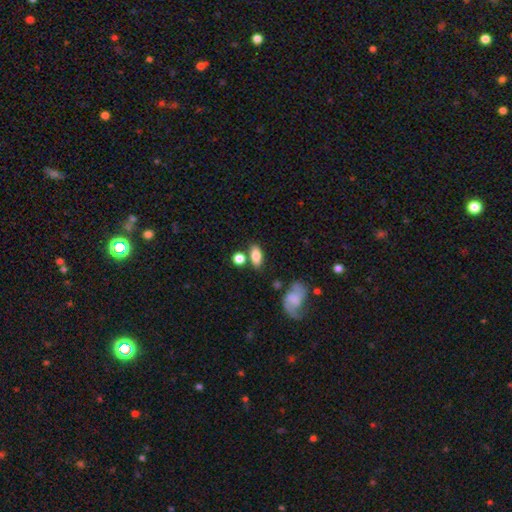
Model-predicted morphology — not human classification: A smooth galaxy with no disk features (80%) that is in between round and cigar-shaped (85%).

Vote fractions:
- Smooth or featured? smooth: 80% / featured or disk: 12% / star or artifact: 8%
- How rounded? in between: 85% / cigar-shaped: 7% / round: 7%
- Merging? none: 69% / minor disturbance: 14% / merger: 12% / major disturbance: 5%